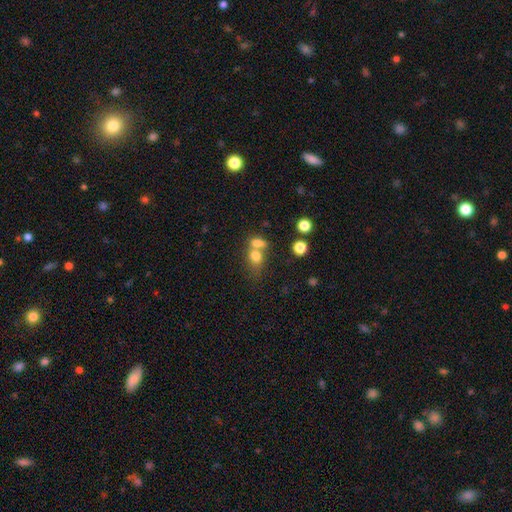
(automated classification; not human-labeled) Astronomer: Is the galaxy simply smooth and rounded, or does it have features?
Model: smooth — 76%.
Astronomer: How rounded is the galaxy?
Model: in between — 58% (runner-up: round, 38%).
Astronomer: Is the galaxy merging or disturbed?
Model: merger — 51% (runner-up: none, 33%).